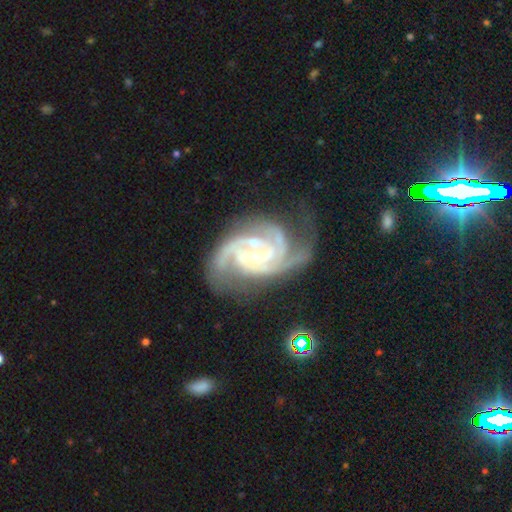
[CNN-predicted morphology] Smooth or featured: featured or disk — 93% (star or artifact — 4%)
Edge-on disk: no — 98% (yes — 2%)
Bar: weak — 43% (no — 34%)
Spiral arms: yes — 98% (no — 2%)
Spiral winding: tight — 50% (medium — 43%)
Spiral arm count: 3 — 48% (2 — 22%)
Bulge size: small — 58% (moderate — 38%)
Merging: none — 55% (minor disturbance — 22%)